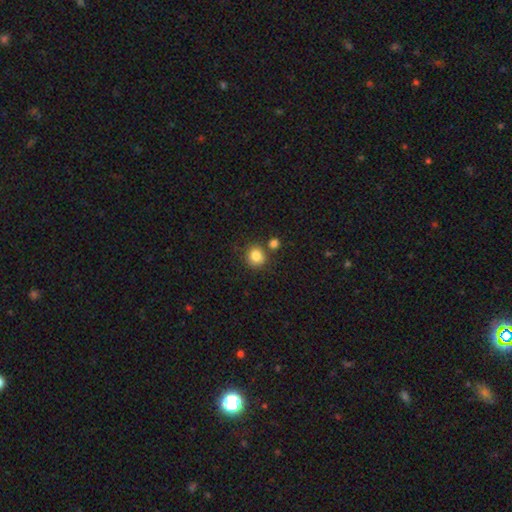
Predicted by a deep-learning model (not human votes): Smooth or featured? smooth (83%)
How rounded? round (87%)
Merging? none (76%)